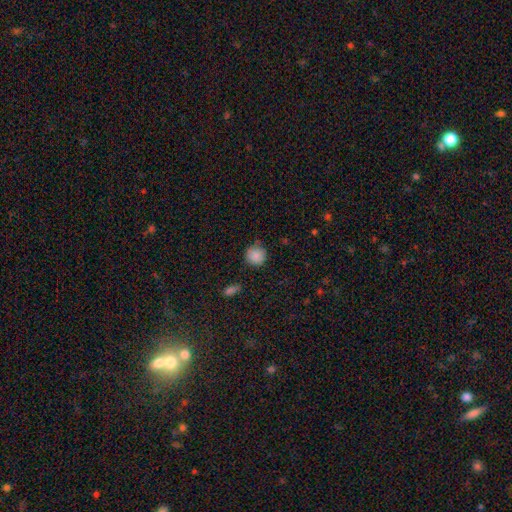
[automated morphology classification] Smooth or featured?
  - smooth: 86% *
  - star or artifact: 9%
  - featured or disk: 5%
How rounded?
  - round: 91% *
  - in between: 8%
  - cigar-shaped: 1%
Merging?
  - none: 77% *
  - minor disturbance: 17%
  - major disturbance: 3%
  - merger: 2%